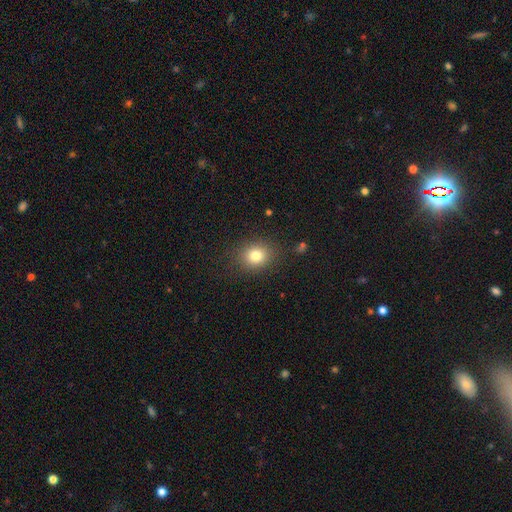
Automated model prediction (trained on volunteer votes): A smooth galaxy with no disk features (80%) that is round (62%).

Vote fractions:
- Smooth or featured? smooth: 80% / star or artifact: 12% / featured or disk: 8%
- How rounded? round: 62% / in between: 37% / cigar-shaped: 1%
- Merging? none: 85% / minor disturbance: 10% / major disturbance: 4% / merger: 1%